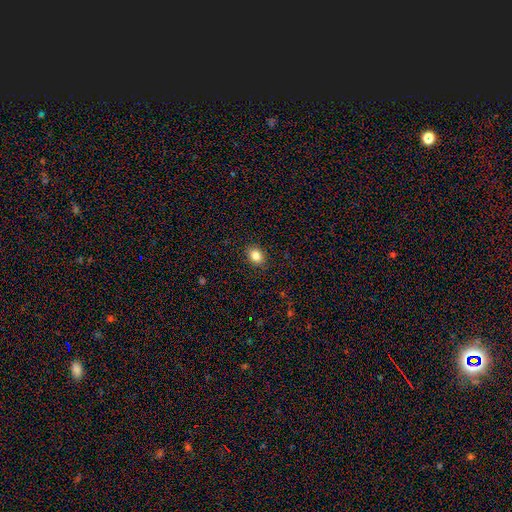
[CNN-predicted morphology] Smooth or featured: smooth — 85% (star or artifact — 10%)
How rounded: in between — 59% (round — 40%)
Merging: none — 89% (minor disturbance — 8%)